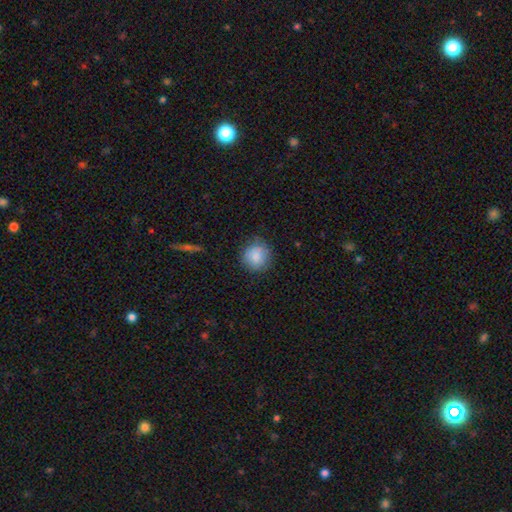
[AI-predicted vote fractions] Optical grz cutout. It shows a smooth galaxy with no disk features (87%) that is round (90%). Merging: none (82%).